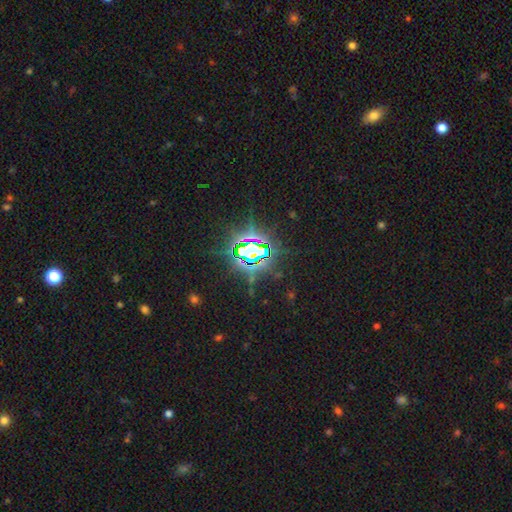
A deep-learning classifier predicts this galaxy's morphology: smooth-or-featured: star or artifact: 81% | smooth: 9% | featured or disk: 9%